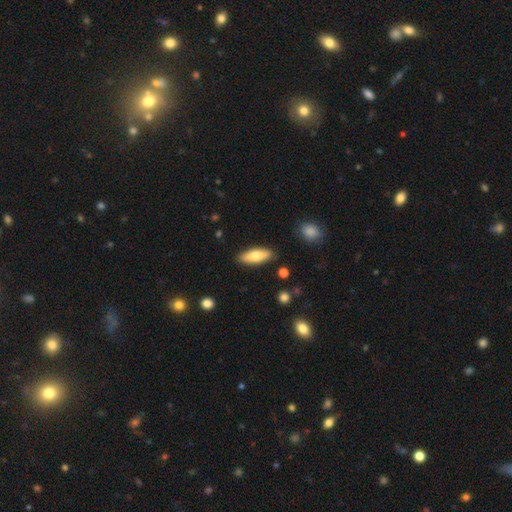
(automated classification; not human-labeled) Q: Smooth or featured?
A: smooth (75%); runner-up: featured or disk (19%)
Q: How rounded?
A: in between (68%); runner-up: cigar-shaped (30%)
Q: Merging?
A: none (86%); runner-up: minor disturbance (10%)